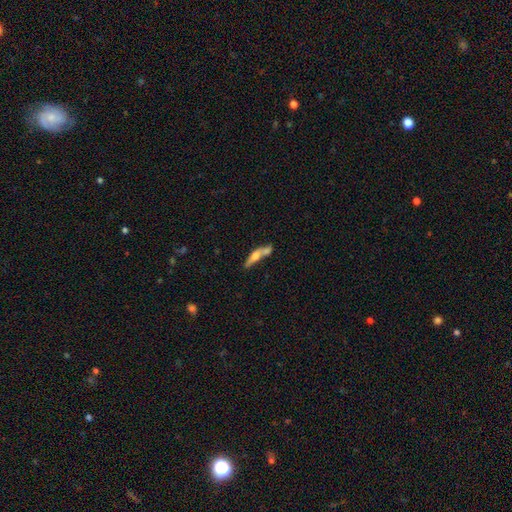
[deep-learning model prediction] Smooth or featured? featured or disk (50%)
Merging? none (42%)